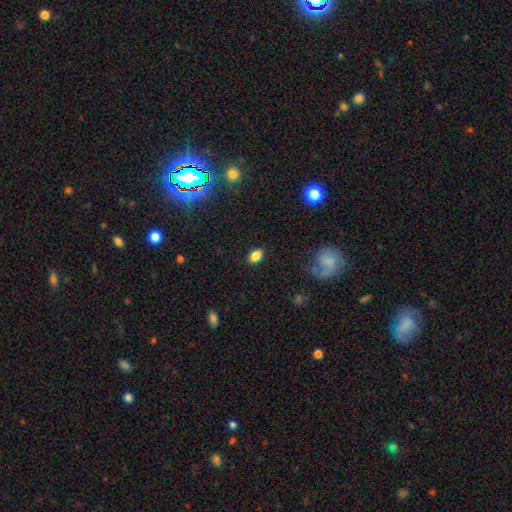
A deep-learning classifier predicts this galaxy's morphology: Overall: smooth (84%). How rounded: in between (88%). Merging: none (86%).